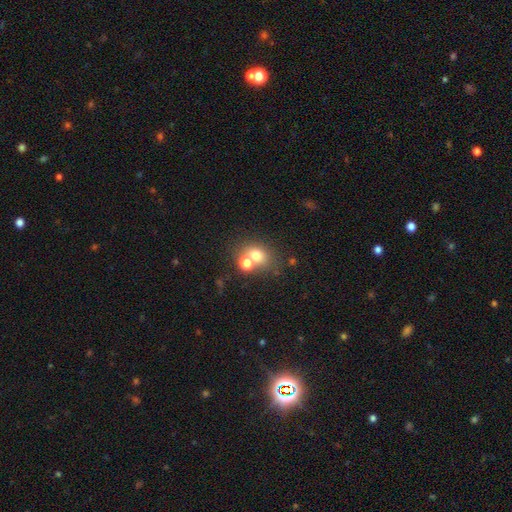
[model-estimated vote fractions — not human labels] A smooth galaxy with no disk features (69%) that is round (63%). Merging: none (46%).